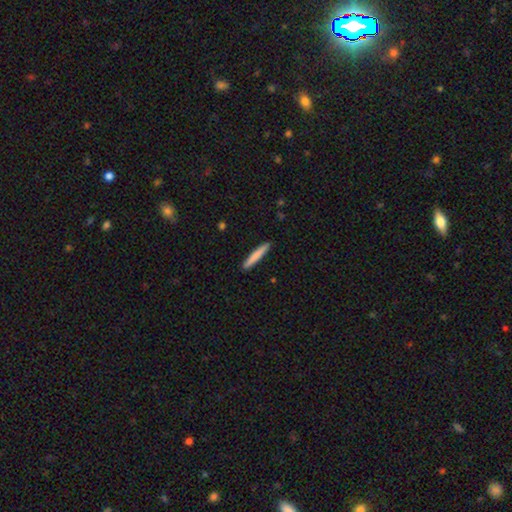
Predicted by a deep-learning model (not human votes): Smooth or featured? smooth (79%)
How rounded? cigar-shaped (95%)
Merging? none (91%)